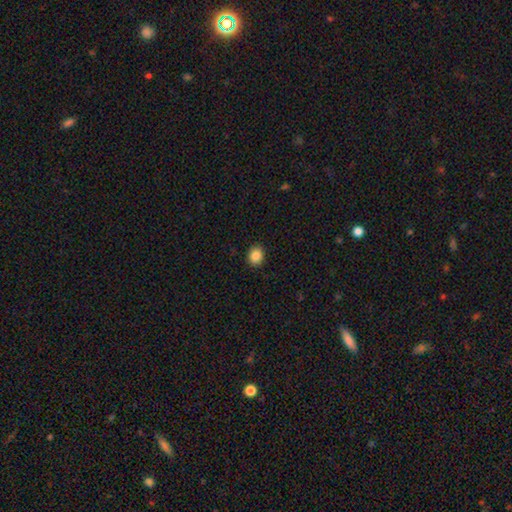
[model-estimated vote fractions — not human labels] Morphology: type=smooth (86%); roundness=round (64%); merging=none (91%).